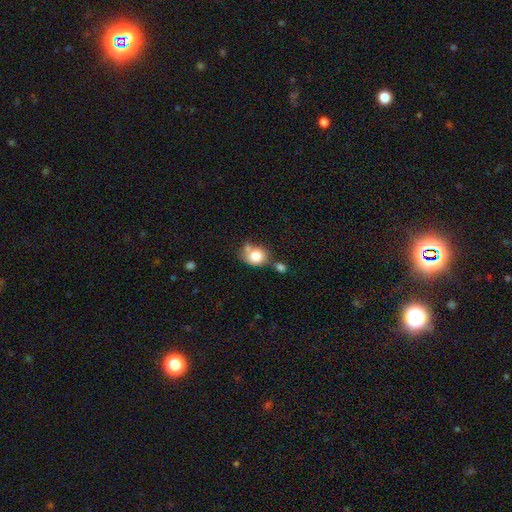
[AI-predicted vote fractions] A smooth galaxy with no disk features (79%) that is round (63%).

Vote fractions:
- Smooth or featured? smooth: 79% / featured or disk: 12% / star or artifact: 9%
- How rounded? round: 63% / in between: 36% / cigar-shaped: 1%
- Merging? none: 46% / merger: 27% / minor disturbance: 20% / major disturbance: 8%